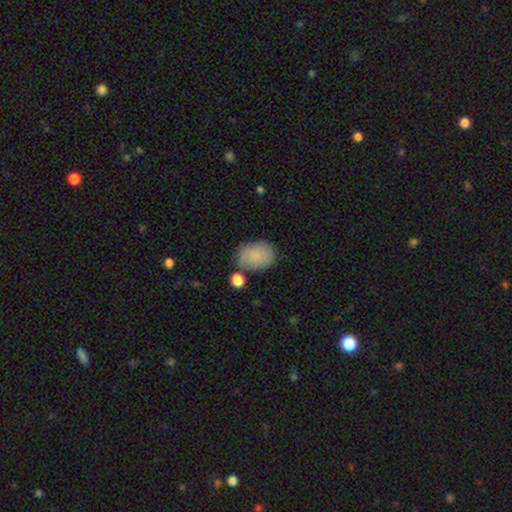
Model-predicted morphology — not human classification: Smooth or featured? Predicted: smooth (p=0.80). How rounded? Predicted: in between (p=0.78). Merging? Predicted: none (p=0.64).